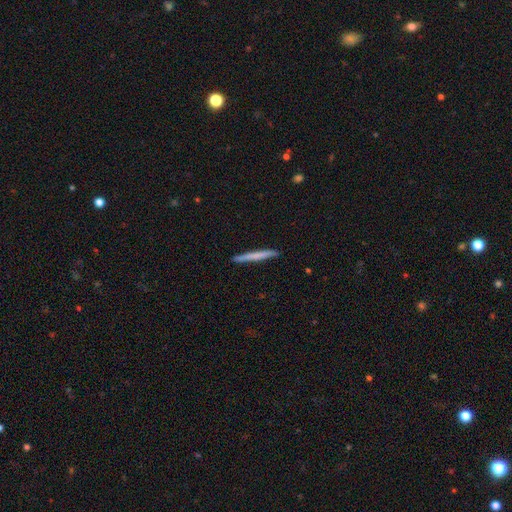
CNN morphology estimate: The model was most divided on "smooth or featured": smooth: 61%, featured or disk: 33%, star or artifact: 6%. More confident: how rounded — cigar-shaped (97%); merging — none (91%).